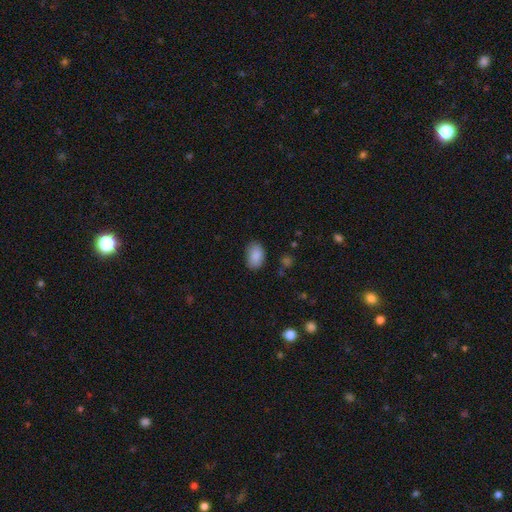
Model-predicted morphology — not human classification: Smooth or featured: smooth — 88% (star or artifact — 7%)
How rounded: in between — 88% (round — 11%)
Merging: none — 80% (minor disturbance — 15%)